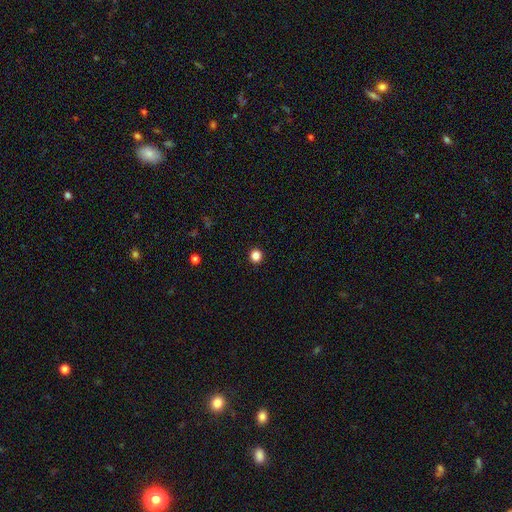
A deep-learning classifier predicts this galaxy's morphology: This appears to be a smooth galaxy with no disk features (84%) that is round (94%). Merging: none (94%).